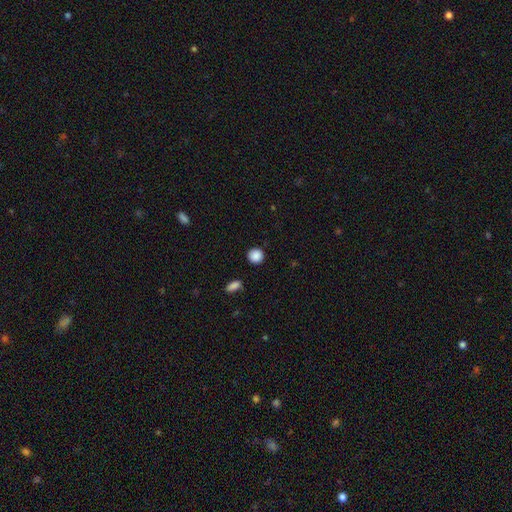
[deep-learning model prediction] smooth 88%, star or artifact 9%, featured or disk 3%. Down the decision tree: how rounded — round (92%); merging — none (91%).